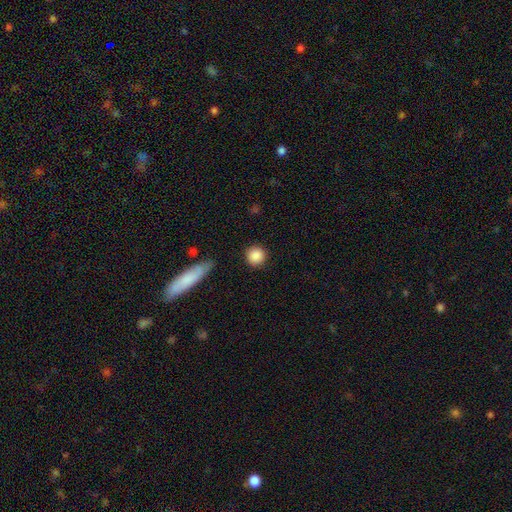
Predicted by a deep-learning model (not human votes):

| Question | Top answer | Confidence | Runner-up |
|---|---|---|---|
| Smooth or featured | smooth | 88% | star or artifact (8%) |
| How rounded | round | 93% | in between (5%) |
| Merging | none | 88% | minor disturbance (8%) |